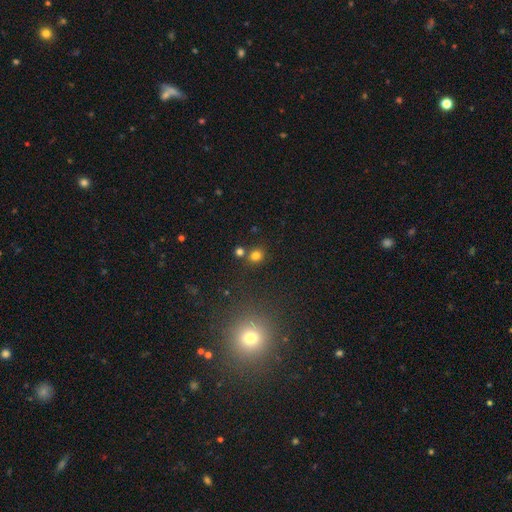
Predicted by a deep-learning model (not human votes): smooth-or-featured: smooth: 77% | star or artifact: 17% | featured or disk: 6%
  how-rounded: round: 79% | in between: 20% | cigar-shaped: 1%
  merging: none: 73% | merger: 16% | minor disturbance: 9% | major disturbance: 3%